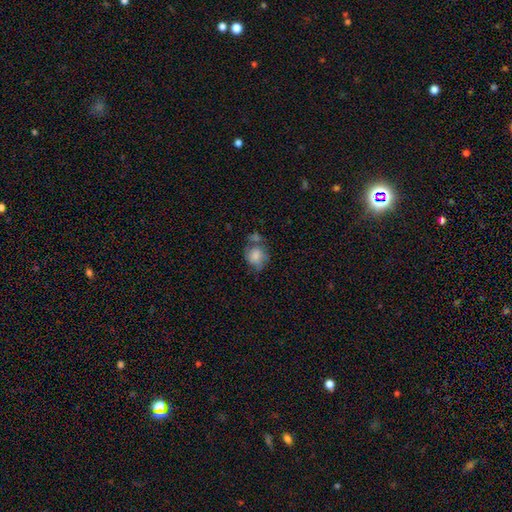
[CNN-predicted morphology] Smooth or featured: smooth — 67% (featured or disk — 24%)
How rounded: round — 53% (in between — 46%)
Merging: none — 36% (minor disturbance — 25%)